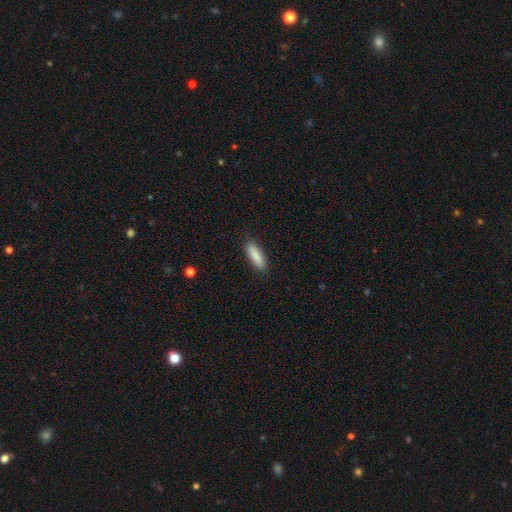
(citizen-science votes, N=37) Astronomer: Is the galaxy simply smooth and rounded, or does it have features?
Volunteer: smooth — 78%.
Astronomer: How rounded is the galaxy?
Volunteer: cigar-shaped — 62% (runner-up: in between, 38%).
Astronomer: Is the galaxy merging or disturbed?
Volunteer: none — 86%.